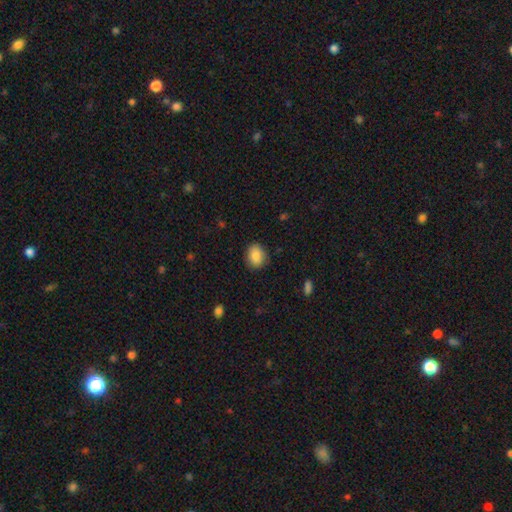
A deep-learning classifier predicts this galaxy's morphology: smooth 86%, star or artifact 8%, featured or disk 6%. Down the decision tree: how rounded — round (54%); merging — none (86%).